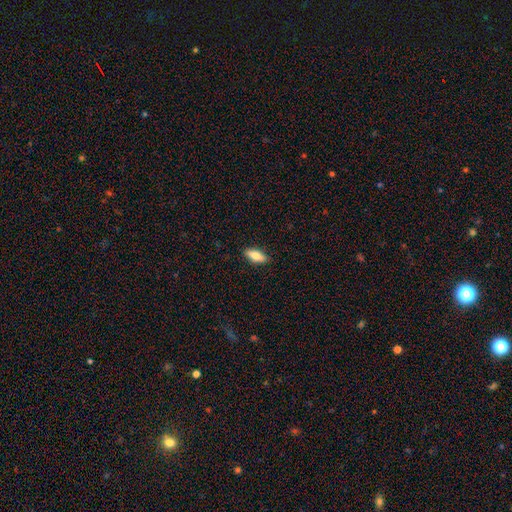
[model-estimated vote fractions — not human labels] This appears to be a smooth galaxy with no disk features (74%) that is in between round and cigar-shaped (73%). Merging: none (88%).